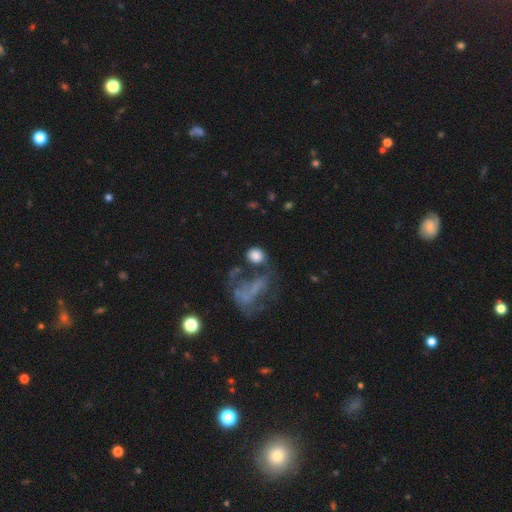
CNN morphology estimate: smooth_or_featured: smooth (p=0.76) [alt: featured or disk p=0.14]
how_rounded: round (p=0.73) [alt: in between p=0.25]
merging: none (p=0.41) [alt: merger p=0.23]